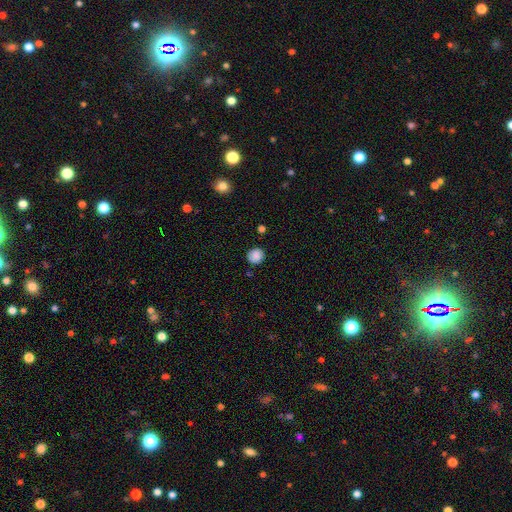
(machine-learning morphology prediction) This appears to be a smooth galaxy with no disk features (86%) that is round (83%). Merging: none (84%).